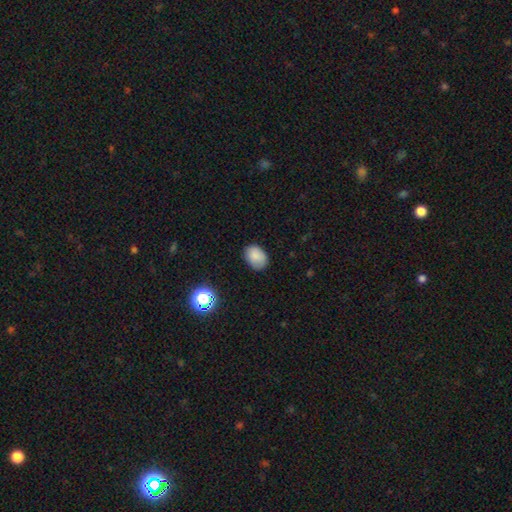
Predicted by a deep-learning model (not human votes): Overall: smooth (84%). How rounded: in between (71%). Merging: none (78%).